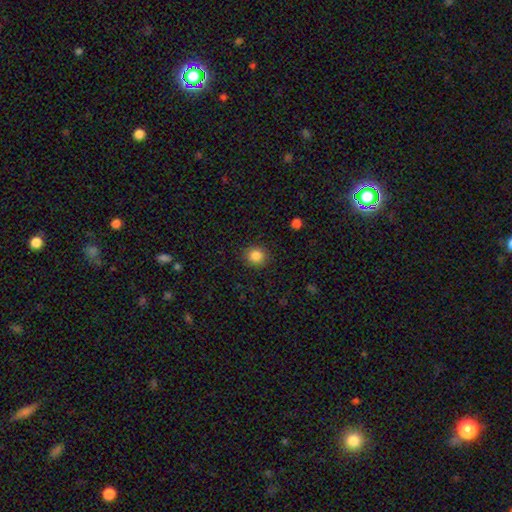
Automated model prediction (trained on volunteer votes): A smooth galaxy with no disk features (86%) that is round (85%). Merging: none (90%).